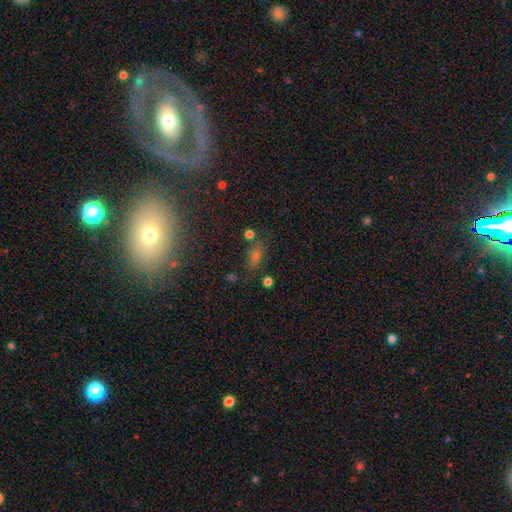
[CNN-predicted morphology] This appears to be a smooth galaxy with no disk features (50%). Merging: none (71%).